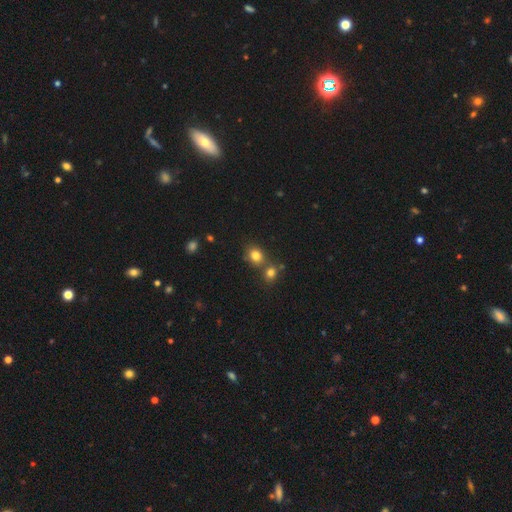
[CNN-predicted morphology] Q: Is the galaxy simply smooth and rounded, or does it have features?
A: smooth — 80%.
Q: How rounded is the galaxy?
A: round — 63%.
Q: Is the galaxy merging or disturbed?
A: none — 58%.